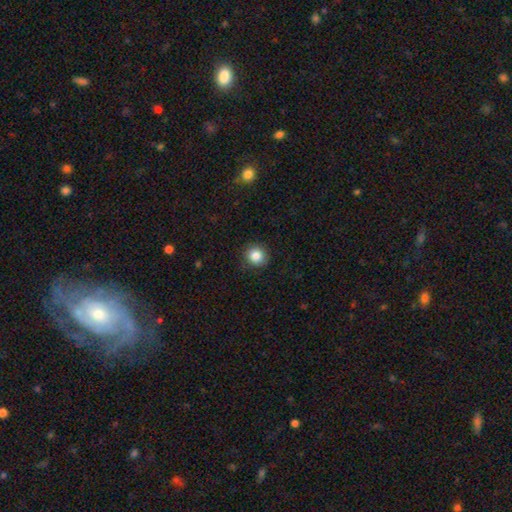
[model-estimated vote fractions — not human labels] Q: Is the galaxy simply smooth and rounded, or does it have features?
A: smooth — 85%.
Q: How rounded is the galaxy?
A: round — 91%.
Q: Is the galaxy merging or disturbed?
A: none — 89%.